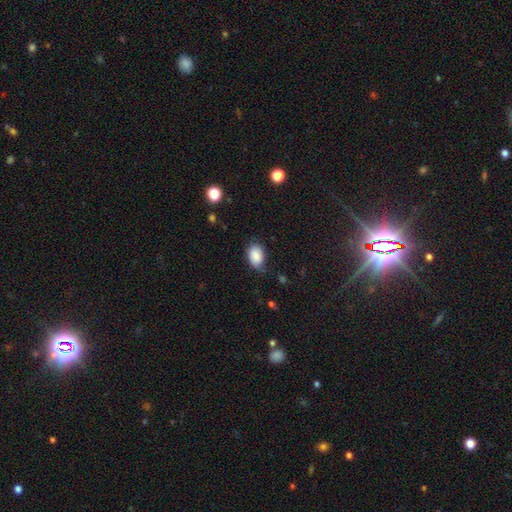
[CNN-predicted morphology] Overall: smooth (86%). How rounded: in between (84%). Merging: none (63%; minor disturbance 29%).